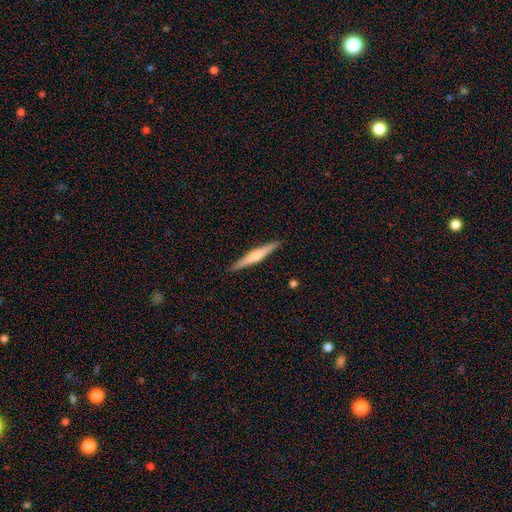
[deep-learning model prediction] Smooth or featured: featured or disk — 56% (smooth — 38%)
Edge-on disk: yes — 98% (no — 2%)
Edge-on bulge: rounded — 69% (none — 17%)
Merging: none — 91% (minor disturbance — 7%)